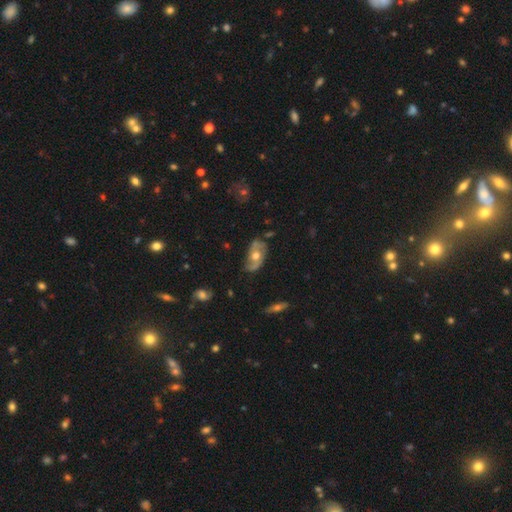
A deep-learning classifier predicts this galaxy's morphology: Smooth or featured? Predicted: featured or disk (p=0.62). Edge-on disk? Predicted: no (p=0.88). Bar? Predicted: no (p=0.75). Spiral arms? Predicted: yes (p=0.70). Bulge size? Predicted: moderate (p=0.75). Merging? Predicted: none (p=0.64).